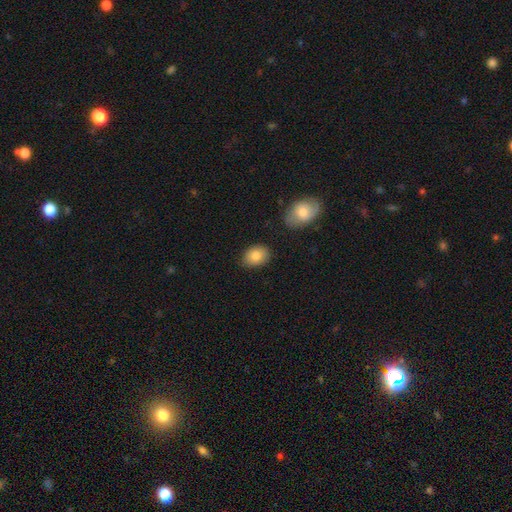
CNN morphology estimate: Smooth or featured? smooth (83%)
How rounded? in between (71%)
Merging? none (83%)